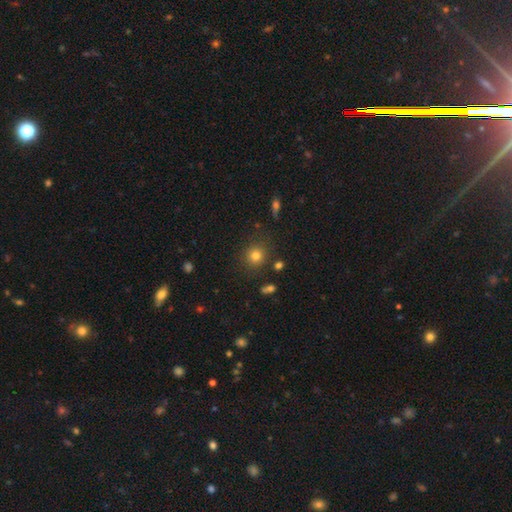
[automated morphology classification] smooth-or-featured: smooth: 78% | star or artifact: 13% | featured or disk: 8%
  how-rounded: round: 87% | in between: 12% | cigar-shaped: 1%
  merging: none: 84% | minor disturbance: 9% | major disturbance: 3% | merger: 3%